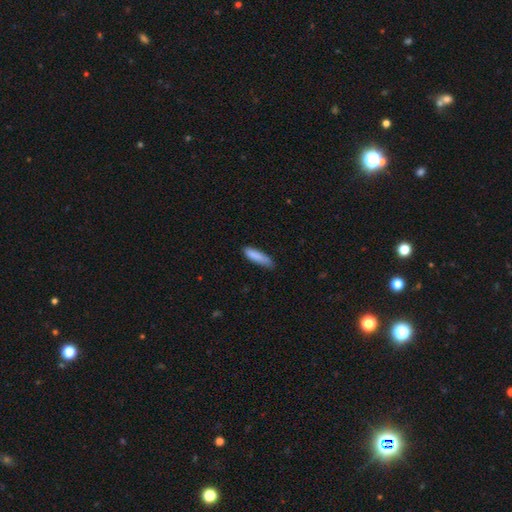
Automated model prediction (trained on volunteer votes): Smooth or featured?
  - smooth: 86% *
  - featured or disk: 8%
  - star or artifact: 6%
How rounded?
  - cigar-shaped: 70% *
  - in between: 29%
  - round: 1%
Merging?
  - none: 69% *
  - minor disturbance: 25%
  - major disturbance: 4%
  - merger: 2%